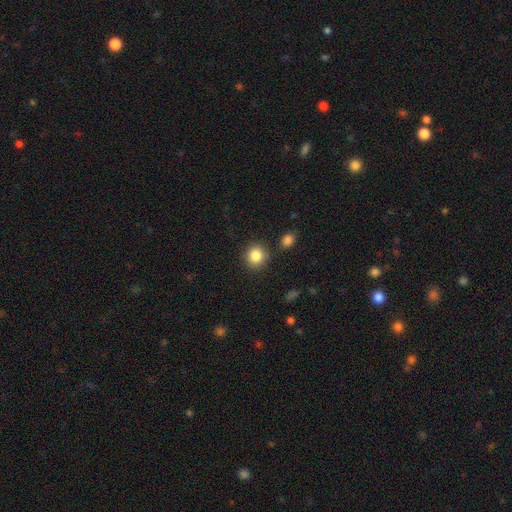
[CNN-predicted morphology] smooth_or_featured: smooth (p=0.86) [alt: star or artifact p=0.09]
how_rounded: round (p=0.86) [alt: in between p=0.13]
merging: none (p=0.85) [alt: minor disturbance p=0.08]